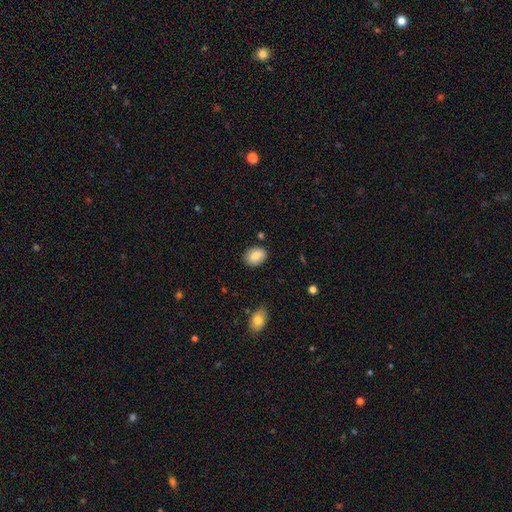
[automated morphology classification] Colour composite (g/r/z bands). It shows a smooth galaxy with no disk features (84%) that is in between round and cigar-shaped (63%). Merging: none (86%).